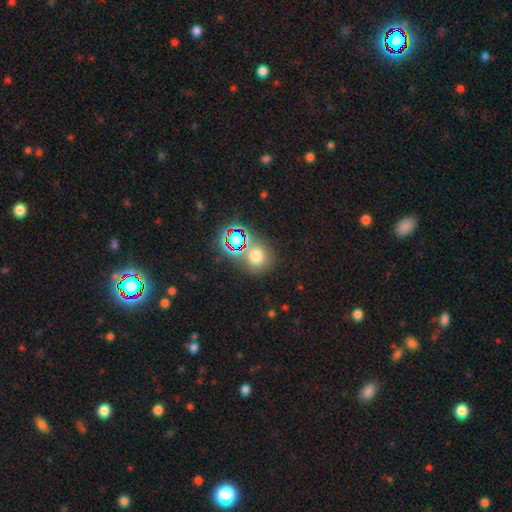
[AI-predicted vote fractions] A smooth galaxy with no disk features (63%) that is round (83%).

Vote fractions:
- Smooth or featured? smooth: 63% / star or artifact: 29% / featured or disk: 8%
- How rounded? round: 83% / in between: 16% / cigar-shaped: 1%
- Merging? none: 71% / merger: 15% / minor disturbance: 10% / major disturbance: 4%